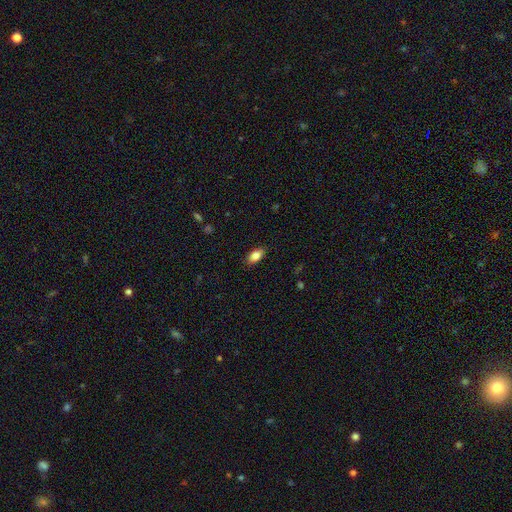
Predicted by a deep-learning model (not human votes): Smooth or featured? smooth (83%)
How rounded? in between (90%)
Merging? none (87%)